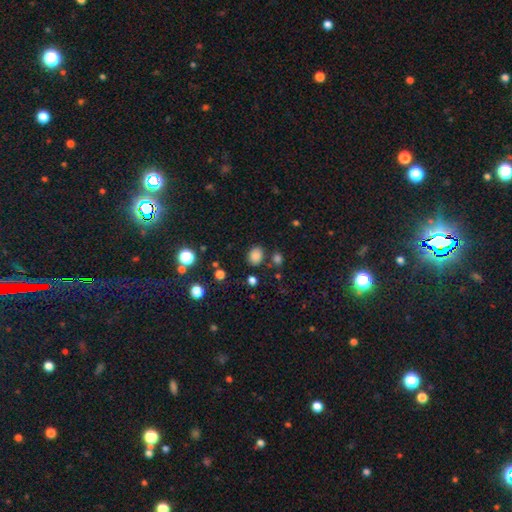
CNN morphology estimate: smooth_or_featured: smooth (p=0.82) [alt: star or artifact p=0.14]
how_rounded: in between (p=0.58) [alt: round p=0.41]
merging: none (p=0.79) [alt: minor disturbance p=0.12]